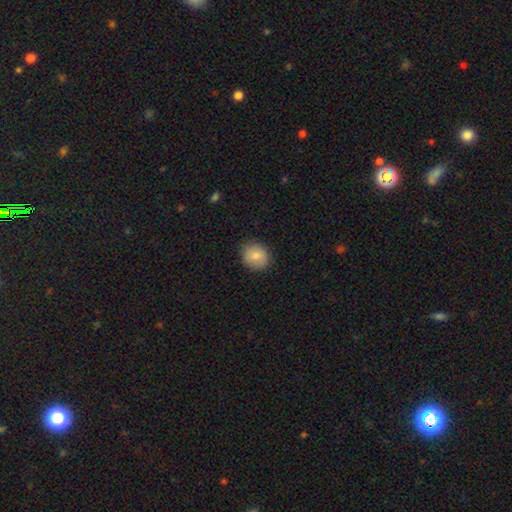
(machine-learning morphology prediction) Overall: smooth (85%). How rounded: round (70%). Merging: none (86%).